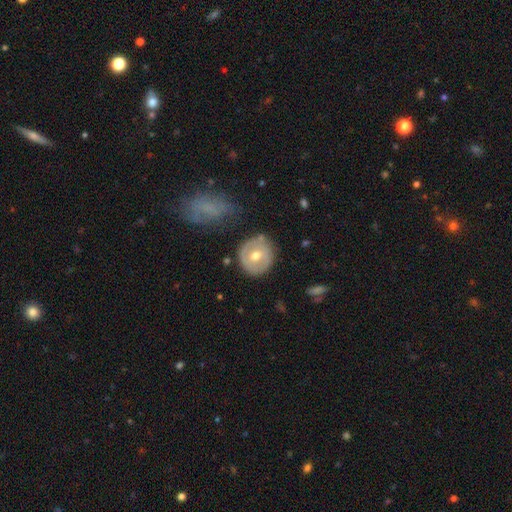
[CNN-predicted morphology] featured or disk 48%, smooth 46%, star or artifact 6%. Down the decision tree: merging — none (78%).